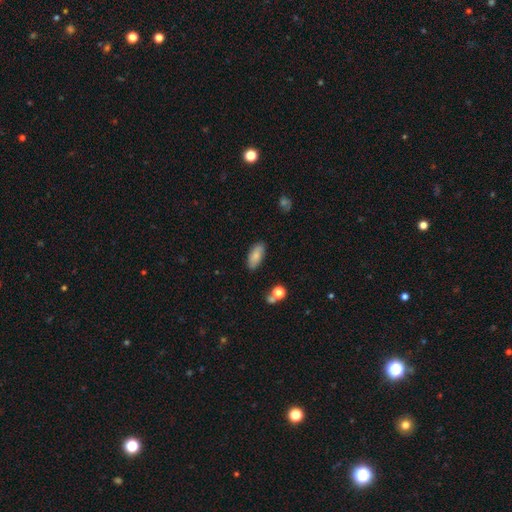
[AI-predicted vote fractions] This is clearly a smooth galaxy (82%). How rounded: clearly in between (86%). Merging: clearly none (84%).